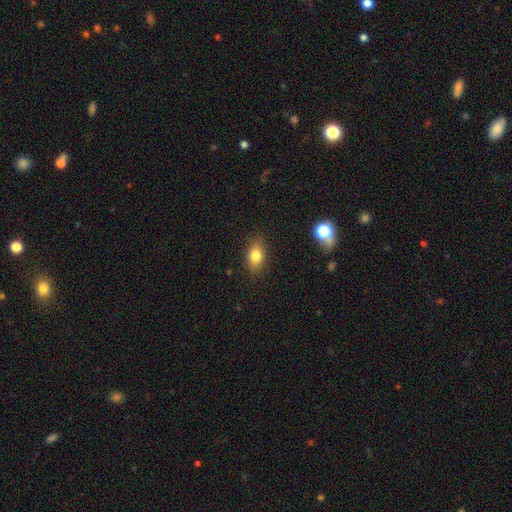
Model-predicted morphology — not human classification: Overall: smooth (79%). How rounded: in between (75%). Merging: none (85%).